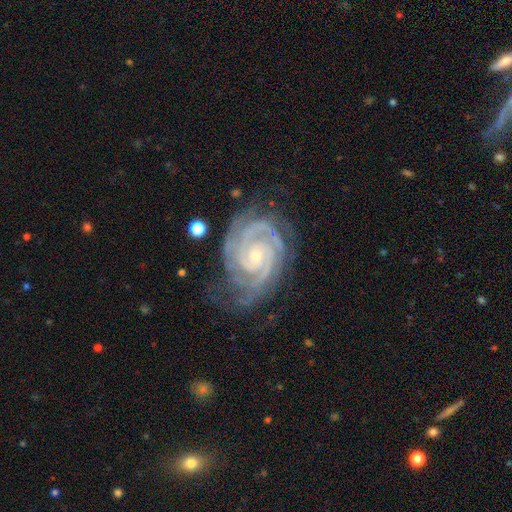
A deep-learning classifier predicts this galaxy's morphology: featured or disk 93%, star or artifact 5%, smooth 3%. Down the decision tree: edge-on disk — no (98%); bar — no (62%); spiral arms — yes (99%); spiral arm count — 2 (58%); spiral winding — tight (80%); bulge size — small (70%); merging — none (72%).